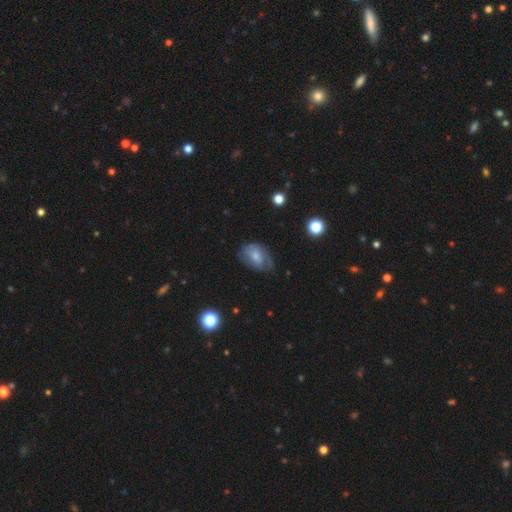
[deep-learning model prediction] Overall: smooth (49%; featured or disk 42%). Merging: none (51%; minor disturbance 32%).